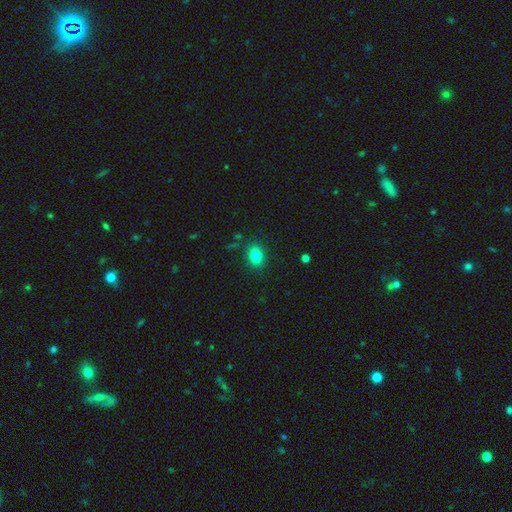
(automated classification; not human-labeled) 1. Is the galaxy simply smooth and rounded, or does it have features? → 84% smooth, 10% star or artifact, 6% featured or disk.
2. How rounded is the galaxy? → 73% in between, 25% round, 1% cigar-shaped.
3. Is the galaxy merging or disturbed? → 87% none, 9% minor disturbance, 3% major disturbance, 2% merger.